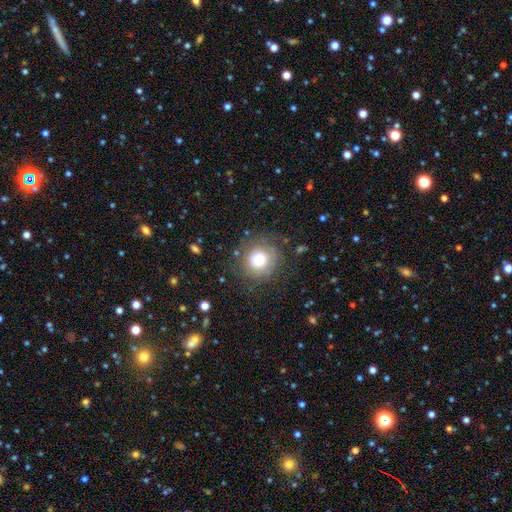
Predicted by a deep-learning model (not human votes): Smooth or featured?
  - smooth: 66% *
  - featured or disk: 18%
  - star or artifact: 16%
How rounded?
  - round: 92% *
  - in between: 7%
  - cigar-shaped: 1%
Merging?
  - none: 83% *
  - minor disturbance: 10%
  - major disturbance: 5%
  - merger: 2%